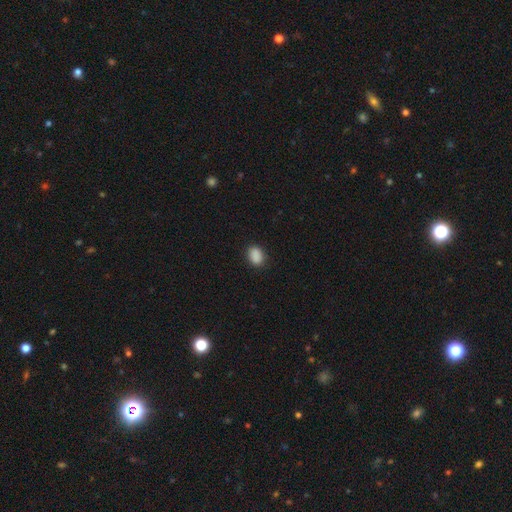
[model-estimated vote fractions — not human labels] A smooth galaxy with no disk features (88%) that is in between round and cigar-shaped (70%).

Vote fractions:
- Smooth or featured? smooth: 88% / star or artifact: 9% / featured or disk: 3%
- How rounded? in between: 70% / round: 28% / cigar-shaped: 1%
- Merging? none: 86% / minor disturbance: 11% / major disturbance: 2% / merger: 1%